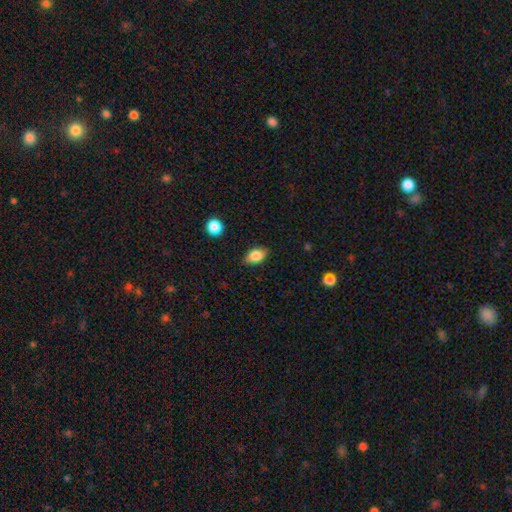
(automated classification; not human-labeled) A smooth galaxy with no disk features (83%) that is in between round and cigar-shaped (87%).

Vote fractions:
- Smooth or featured? smooth: 83% / featured or disk: 9% / star or artifact: 8%
- How rounded? in between: 87% / round: 10% / cigar-shaped: 3%
- Merging? none: 85% / minor disturbance: 12% / major disturbance: 3% / merger: 1%